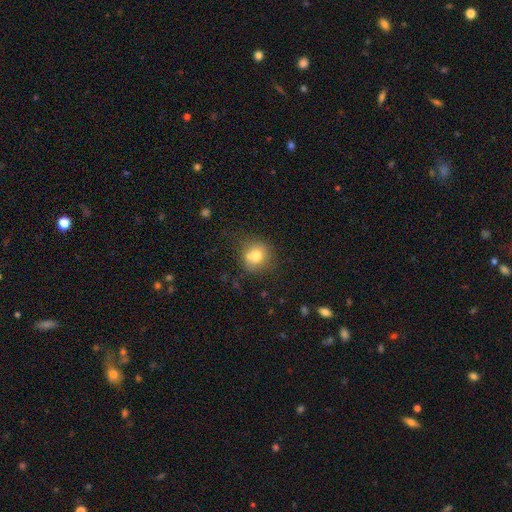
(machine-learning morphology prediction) type=smooth (73%); roundness=round (85%); merging=none (61%).